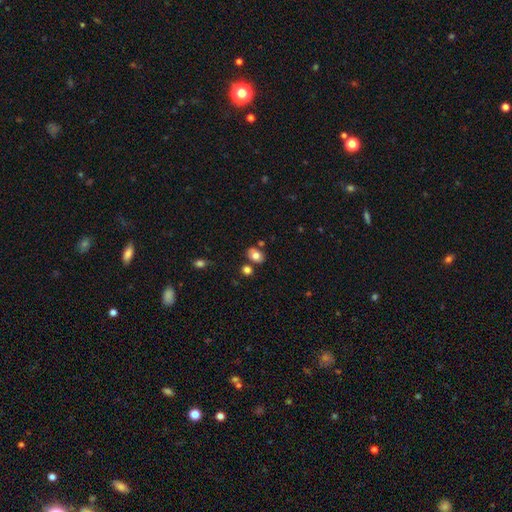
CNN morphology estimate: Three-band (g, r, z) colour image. It shows a smooth galaxy with no disk features (77%) that is in between round and cigar-shaped (75%). Merging: none (71%).